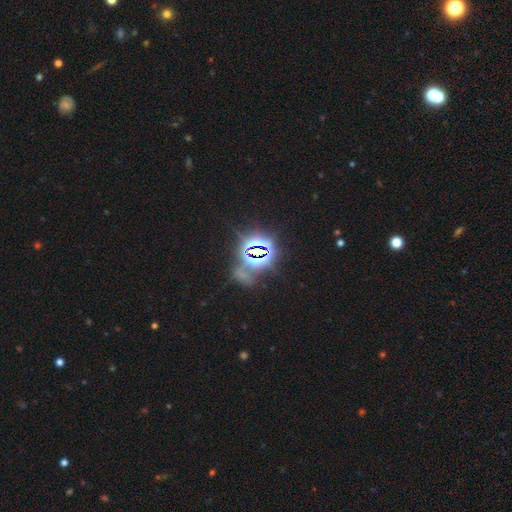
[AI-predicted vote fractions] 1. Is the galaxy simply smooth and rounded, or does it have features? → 82% star or artifact, 10% smooth, 8% featured or disk.